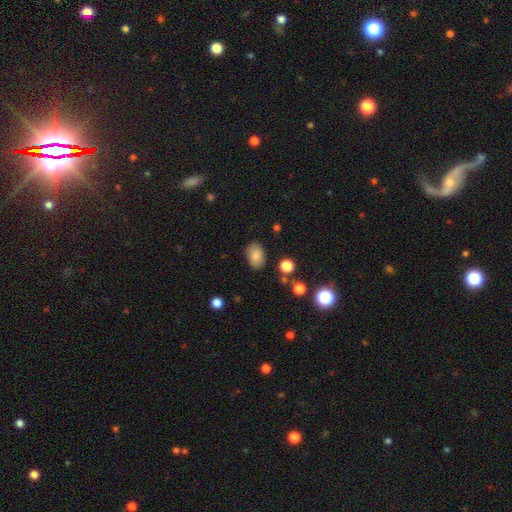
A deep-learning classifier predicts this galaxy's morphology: smooth-or-featured: smooth: 84% | star or artifact: 9% | featured or disk: 7%
  how-rounded: in between: 86% | round: 13% | cigar-shaped: 1%
  merging: none: 82% | minor disturbance: 13% | major disturbance: 3% | merger: 2%